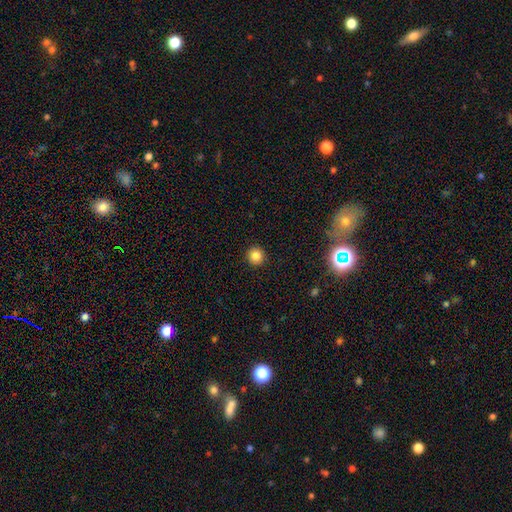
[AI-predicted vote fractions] smooth-or-featured: smooth: 84% | star or artifact: 11% | featured or disk: 5%
  how-rounded: round: 94% | in between: 5% | cigar-shaped: 1%
  merging: none: 93% | minor disturbance: 5% | major disturbance: 2% | merger: 1%